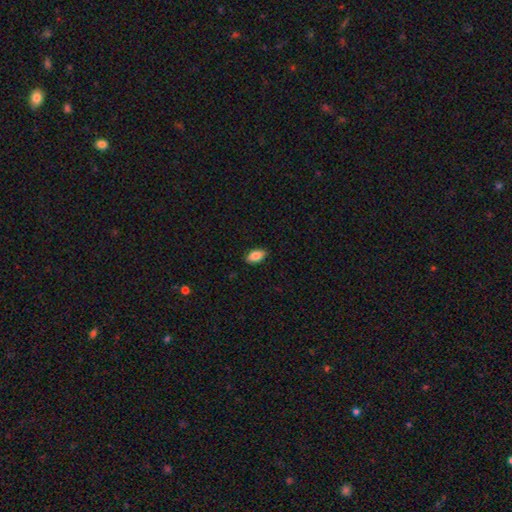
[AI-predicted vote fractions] A smooth galaxy with no disk features (83%) that is in between round and cigar-shaped (91%).

Vote fractions:
- Smooth or featured? smooth: 83% / featured or disk: 10% / star or artifact: 7%
- How rounded? in between: 91% / round: 5% / cigar-shaped: 4%
- Merging? none: 87% / minor disturbance: 10% / major disturbance: 2% / merger: 1%